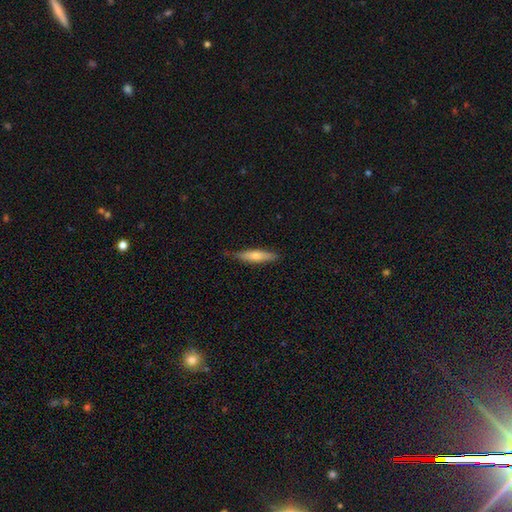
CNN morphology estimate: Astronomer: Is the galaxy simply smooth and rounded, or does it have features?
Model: smooth — 65%.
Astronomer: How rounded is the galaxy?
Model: cigar-shaped — 77%.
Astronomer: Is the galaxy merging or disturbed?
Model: none — 82%.